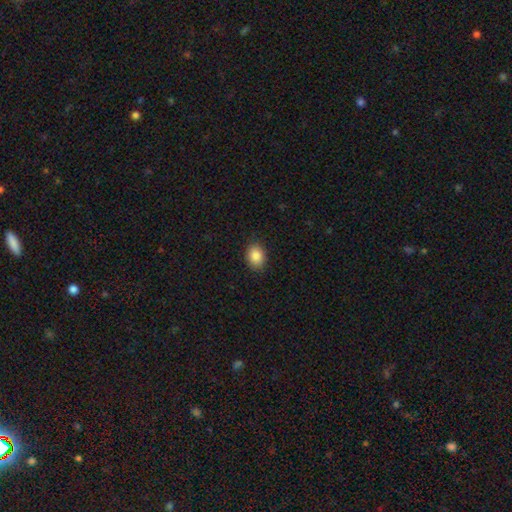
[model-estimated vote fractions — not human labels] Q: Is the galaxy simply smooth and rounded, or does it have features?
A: smooth — 87%.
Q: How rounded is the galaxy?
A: in between — 68%.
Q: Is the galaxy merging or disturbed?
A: none — 88%.